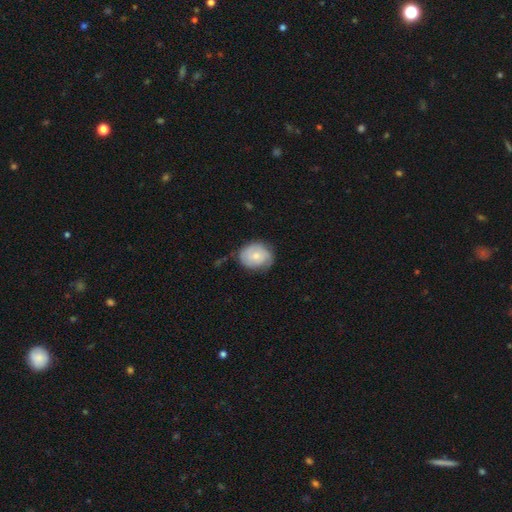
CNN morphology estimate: type=smooth (57%); roundness=round (58%); merging=none (66%).